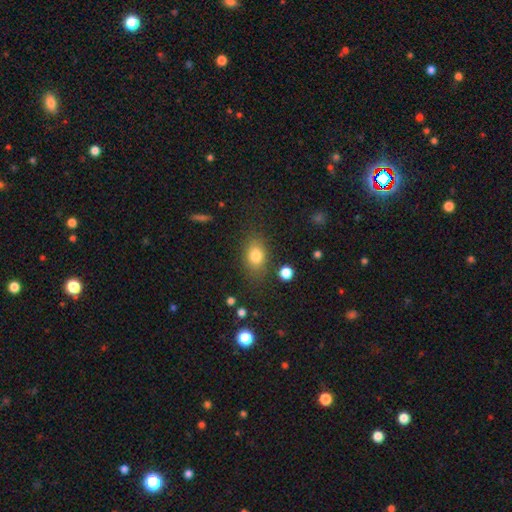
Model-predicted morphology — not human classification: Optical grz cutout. It shows a smooth galaxy with no disk features (80%) that is in between round and cigar-shaped (72%). Merging: none (77%).